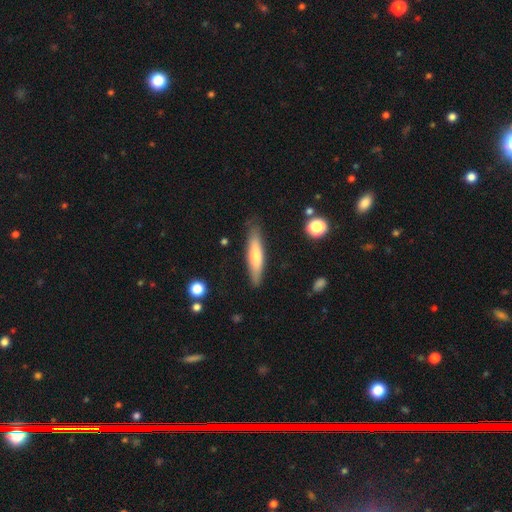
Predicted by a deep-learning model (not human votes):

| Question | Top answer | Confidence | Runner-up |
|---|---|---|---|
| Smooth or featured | smooth | 61% | featured or disk (34%) |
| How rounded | cigar-shaped | 85% | in between (14%) |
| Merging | none | 84% | minor disturbance (13%) |